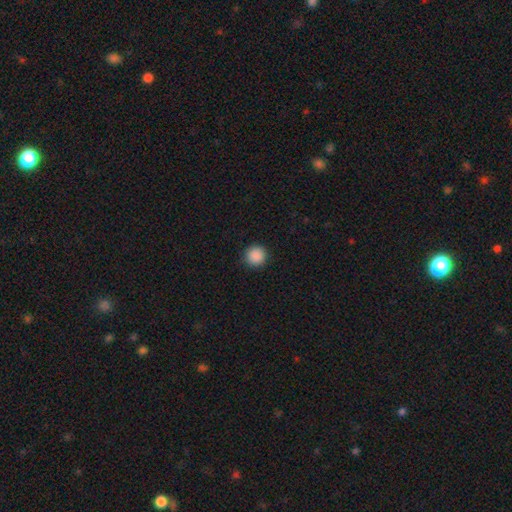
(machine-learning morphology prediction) This is clearly a smooth galaxy (89%). How rounded: clearly round (95%). Merging: clearly none (92%).